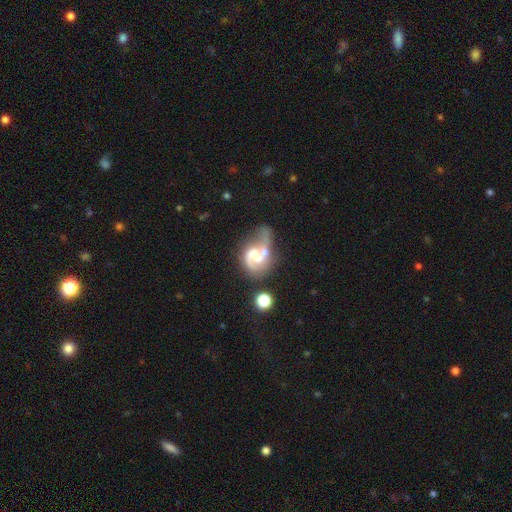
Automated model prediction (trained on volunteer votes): Morphology: type=featured or disk (80%); edge-on=no (98%); bar=weak (47%); spiral arms=yes (91%); winding=loose (44%); arm count=2 (72%); bulge=moderate (35%); merging=none (31%).